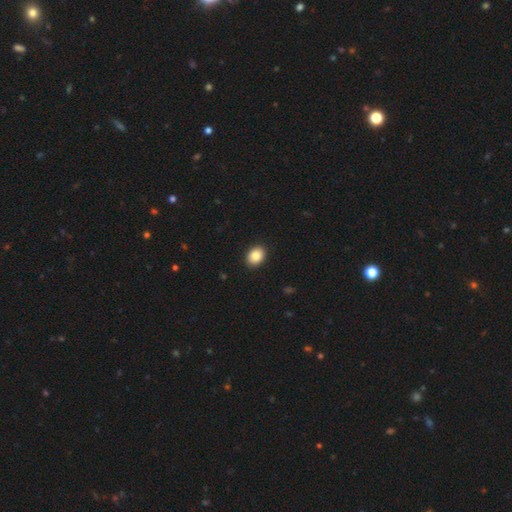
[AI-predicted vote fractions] smooth 87%, star or artifact 8%, featured or disk 5%. Down the decision tree: how rounded — in between (63%); merging — none (91%).